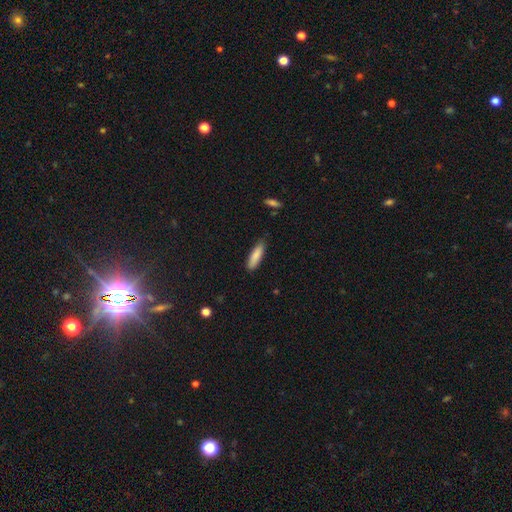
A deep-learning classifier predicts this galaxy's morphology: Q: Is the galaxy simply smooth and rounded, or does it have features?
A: smooth — 85%.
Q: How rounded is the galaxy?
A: cigar-shaped — 66%.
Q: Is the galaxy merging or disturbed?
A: none — 83%.